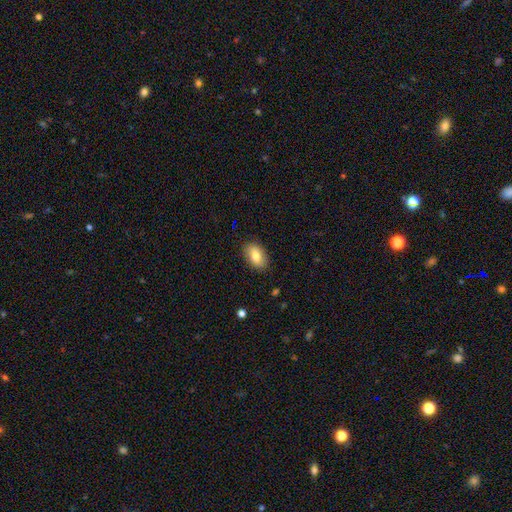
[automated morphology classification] This is likely a smooth galaxy (77%). How rounded: clearly in between (89%). Merging: clearly none (86%).